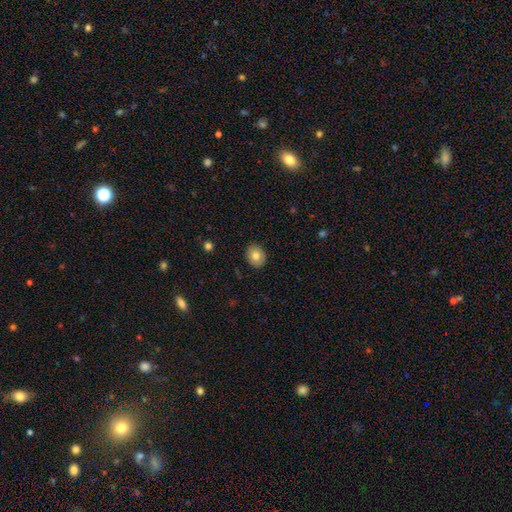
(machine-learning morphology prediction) The model was most divided on "how rounded": round: 60%, in between: 40%, cigar-shaped: 1%. More confident: merging — none (89%); smooth or featured — smooth (80%).